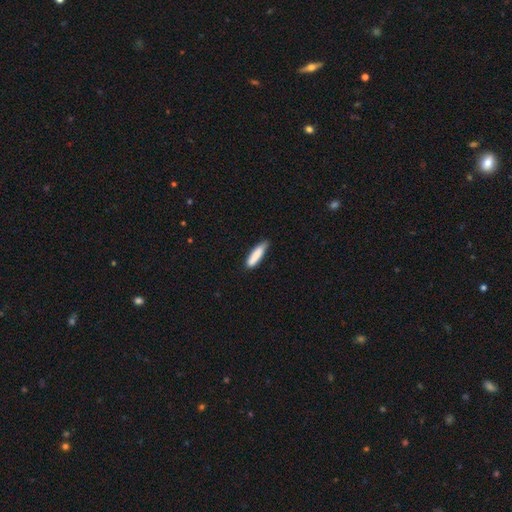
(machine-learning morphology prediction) This is clearly a smooth galaxy (85%). How rounded: likely cigar-shaped (77%). Merging: likely none (74%).